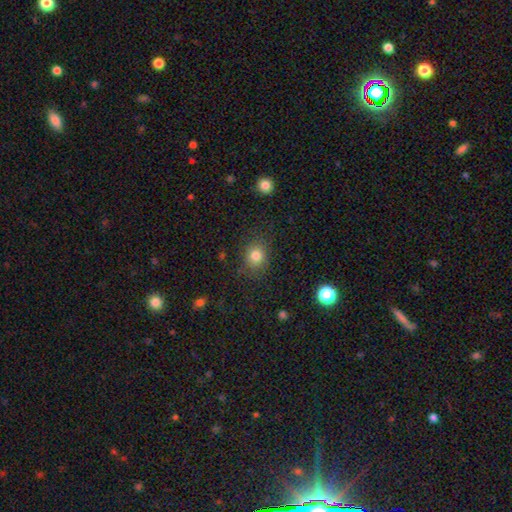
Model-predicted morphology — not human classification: type=smooth (81%); roundness=round (70%); merging=none (81%).